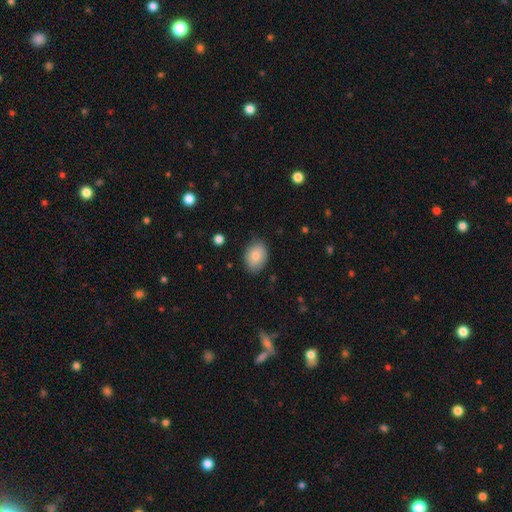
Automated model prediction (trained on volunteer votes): Smooth or featured? Predicted: smooth (p=0.82). How rounded? Predicted: in between (p=0.77). Merging? Predicted: none (p=0.80).